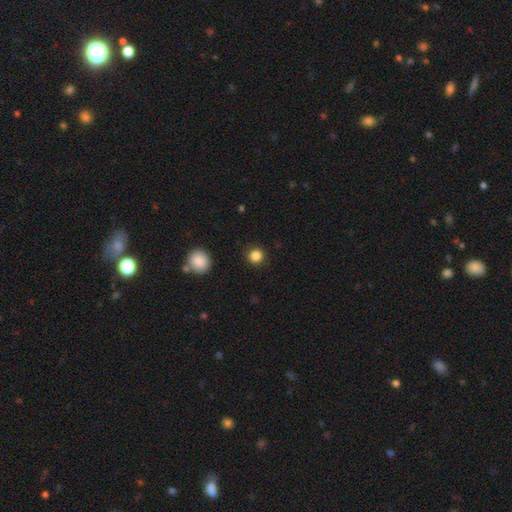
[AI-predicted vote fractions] Smooth or featured: smooth — 85% (star or artifact — 12%)
How rounded: round — 94% (in between — 5%)
Merging: none — 90% (minor disturbance — 6%)